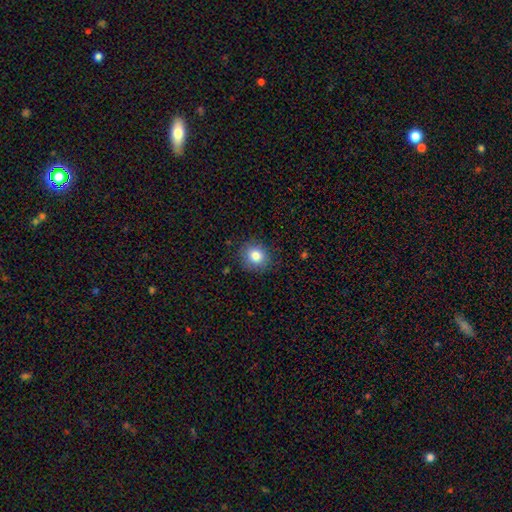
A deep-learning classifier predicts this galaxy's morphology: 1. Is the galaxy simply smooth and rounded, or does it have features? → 82% smooth, 11% star or artifact, 8% featured or disk.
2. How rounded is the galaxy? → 83% round, 16% in between, 1% cigar-shaped.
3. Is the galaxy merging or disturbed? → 87% none, 10% minor disturbance, 3% major disturbance, 1% merger.